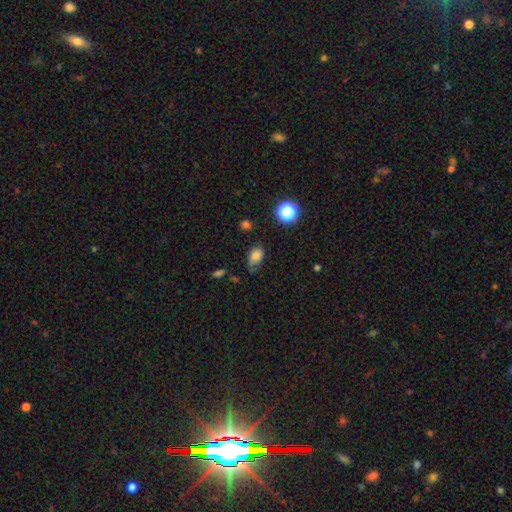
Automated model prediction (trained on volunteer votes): smooth_or_featured: smooth (p=0.78) [alt: star or artifact p=0.13]
how_rounded: in between (p=0.75) [alt: round p=0.23]
merging: none (p=0.48) [alt: minor disturbance p=0.37]